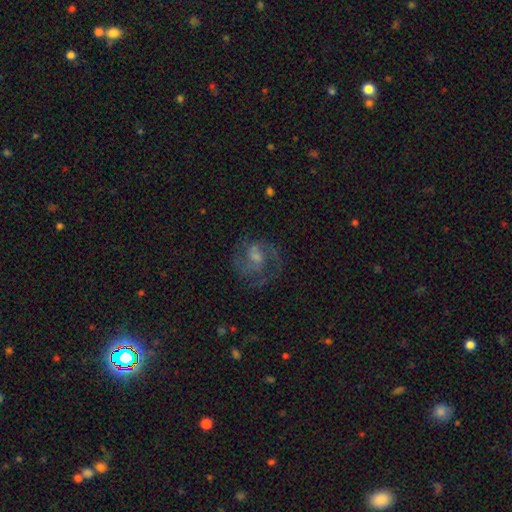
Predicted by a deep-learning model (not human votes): featured or disk 72%, star or artifact 16%, smooth 12%. Down the decision tree: edge-on disk — no (98%); bar — weak (46%); spiral arms — yes (93%); spiral arm count — 2 (57%); spiral winding — medium (52%); bulge size — small (42%); merging — none (74%).